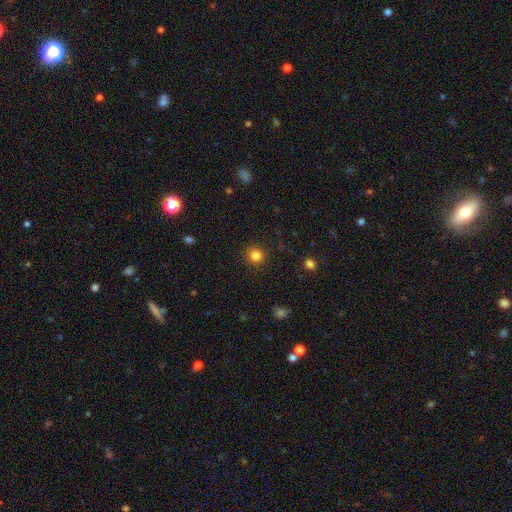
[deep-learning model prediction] This is clearly a smooth galaxy (84%). How rounded: clearly round (94%). Merging: clearly none (90%).